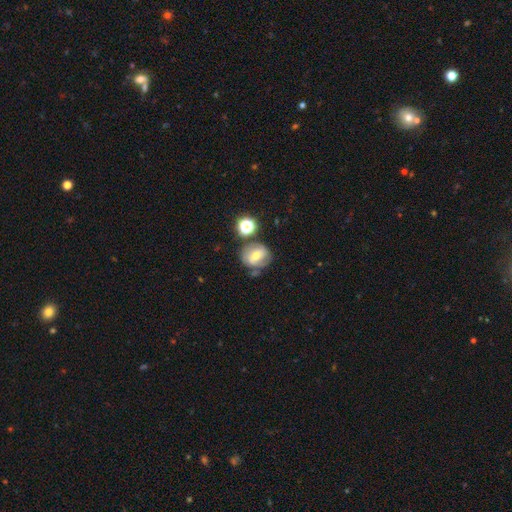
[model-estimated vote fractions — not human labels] smooth_or_featured: smooth (p=0.46) [alt: featured or disk p=0.41]
merging: none (p=0.60) [alt: minor disturbance p=0.18]